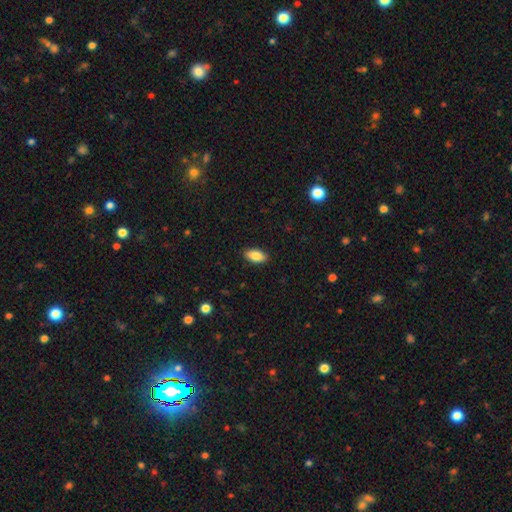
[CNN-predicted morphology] smooth-or-featured: smooth: 85% | featured or disk: 9% | star or artifact: 7%
  how-rounded: in between: 91% | cigar-shaped: 6% | round: 3%
  merging: none: 89% | minor disturbance: 8% | major disturbance: 2% | merger: 1%